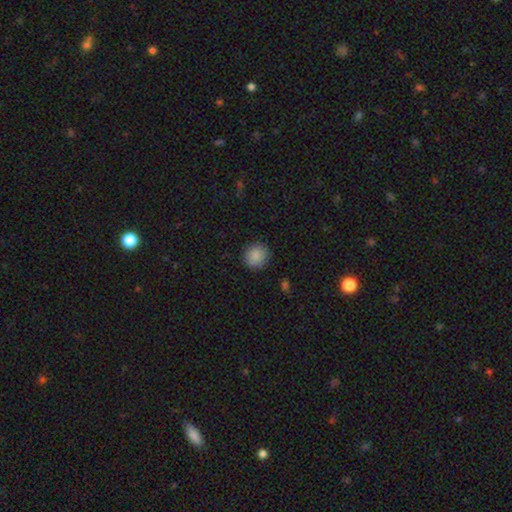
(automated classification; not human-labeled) This is clearly a smooth galaxy (87%). How rounded: clearly round (90%). Merging: clearly none (89%).